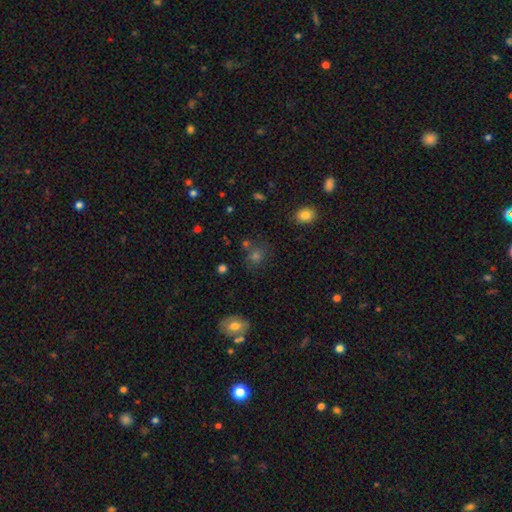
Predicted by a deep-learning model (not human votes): Q: Smooth or featured?
A: smooth (62%); runner-up: star or artifact (28%)
Q: How rounded?
A: round (79%); runner-up: in between (20%)
Q: Merging?
A: none (72%); runner-up: merger (12%)